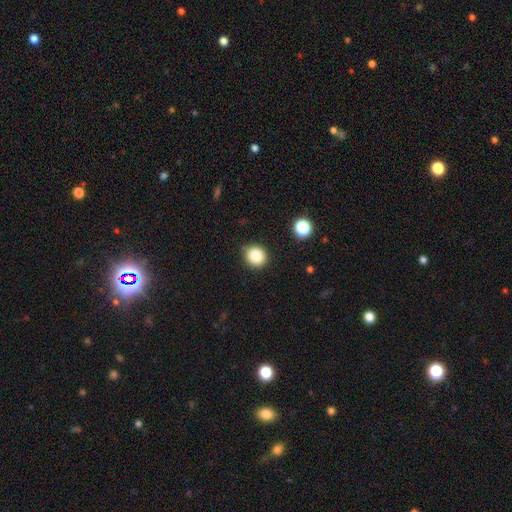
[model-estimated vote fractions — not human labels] A smooth galaxy with no disk features (83%) that is round (88%). Merging: none (86%).